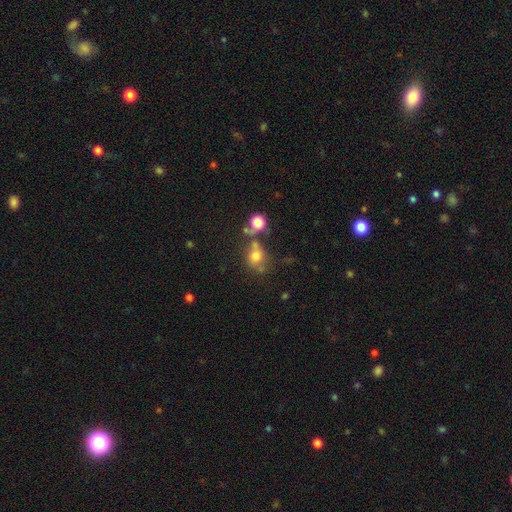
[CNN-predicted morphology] This is likely a smooth galaxy (69%). How rounded: likely round (66%). Merging: marginally none (44%).